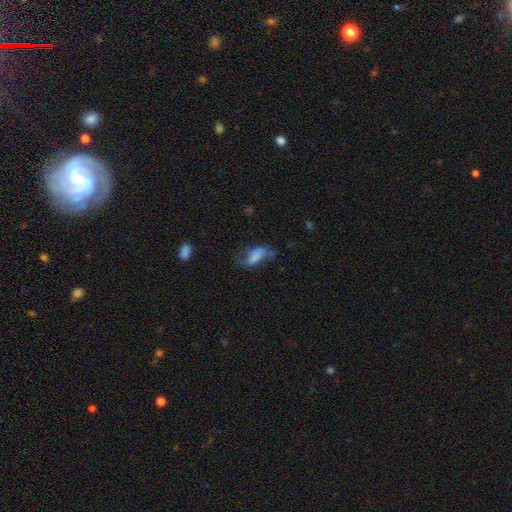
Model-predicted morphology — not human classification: type=smooth (58%); roundness=in between (86%); merging=none (33%, tied with major disturbance).